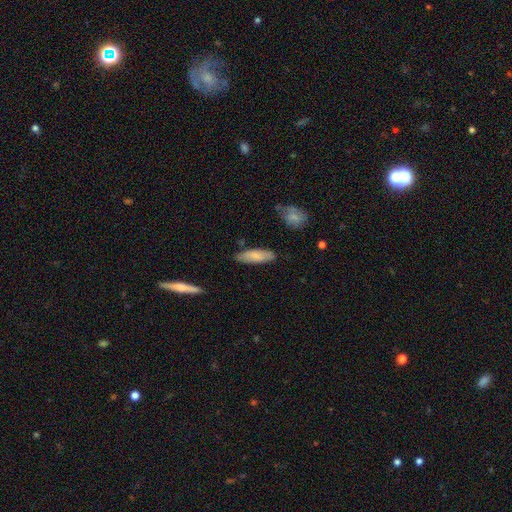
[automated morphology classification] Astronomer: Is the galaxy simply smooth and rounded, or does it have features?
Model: smooth — 77%.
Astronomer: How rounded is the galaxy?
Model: in between — 51% (runner-up: cigar-shaped, 47%).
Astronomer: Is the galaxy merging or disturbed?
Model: none — 78%.